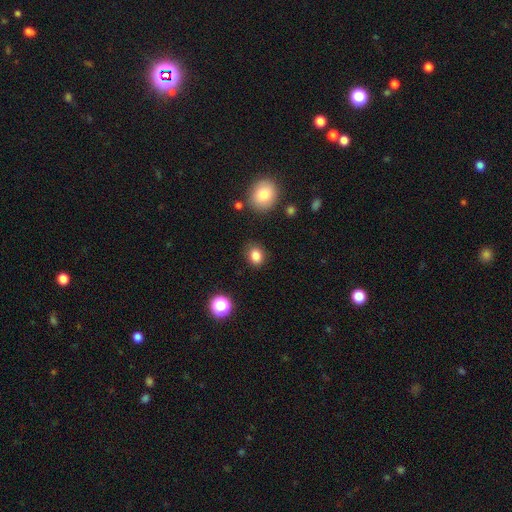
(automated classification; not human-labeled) smooth 84%, star or artifact 11%, featured or disk 5%. Down the decision tree: how rounded — round (52%); merging — none (85%).